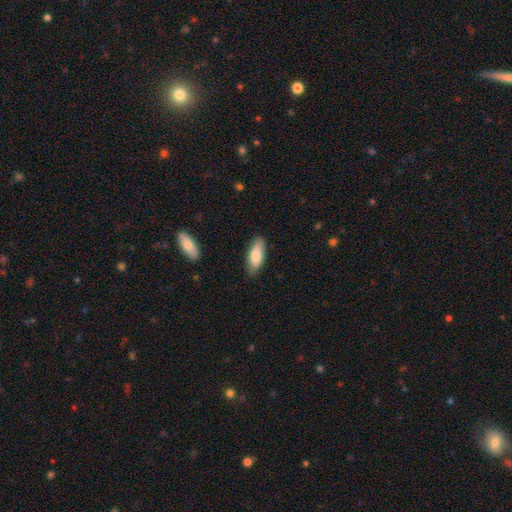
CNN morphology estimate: The model was most divided on "how rounded": in between: 73%, cigar-shaped: 25%, round: 2%. More confident: merging — none (83%); smooth or featured — smooth (79%).